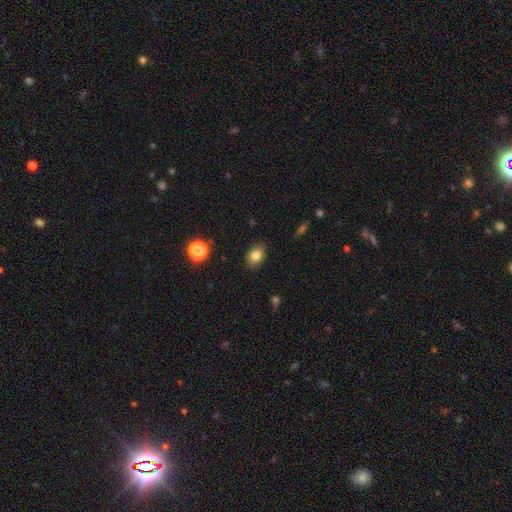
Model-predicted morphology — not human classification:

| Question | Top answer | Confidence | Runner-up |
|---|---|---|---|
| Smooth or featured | smooth | 81% | star or artifact (10%) |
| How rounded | in between | 74% | round (25%) |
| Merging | none | 86% | minor disturbance (10%) |